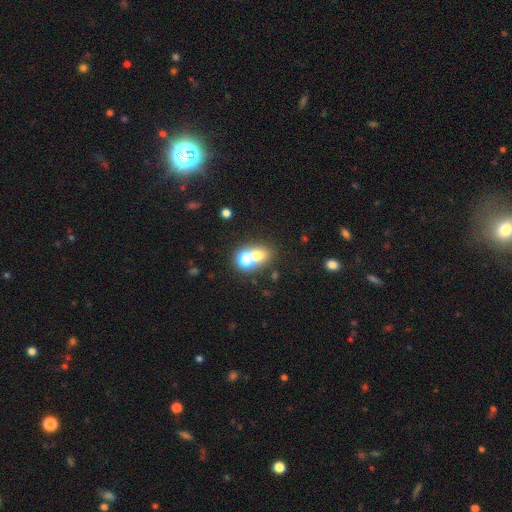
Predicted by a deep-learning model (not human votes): smooth-or-featured: smooth: 63% | star or artifact: 21% | featured or disk: 16%
  how-rounded: round: 60% | in between: 39% | cigar-shaped: 1%
  merging: merger: 45% | none: 42% | minor disturbance: 8% | major disturbance: 5%